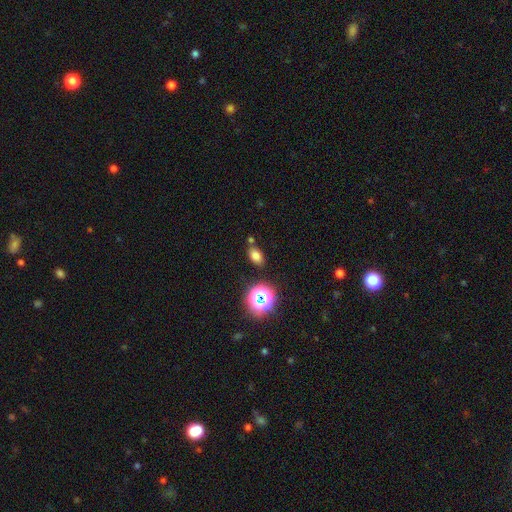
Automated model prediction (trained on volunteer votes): Morphology: type=smooth (74%); roundness=in between (82%); merging=none (78%).